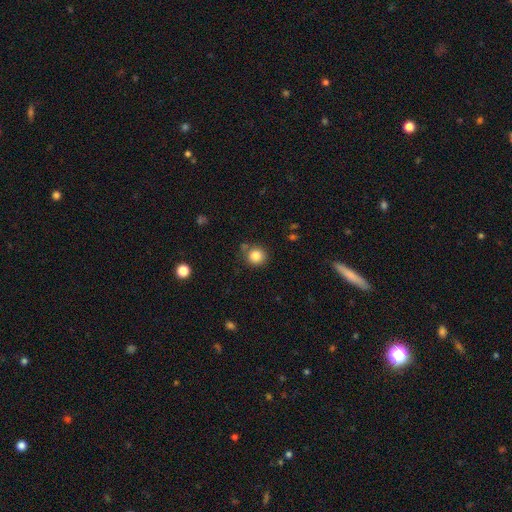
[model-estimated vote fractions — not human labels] This appears to be a smooth galaxy with no disk features (84%) that is round (90%). Merging: none (78%).